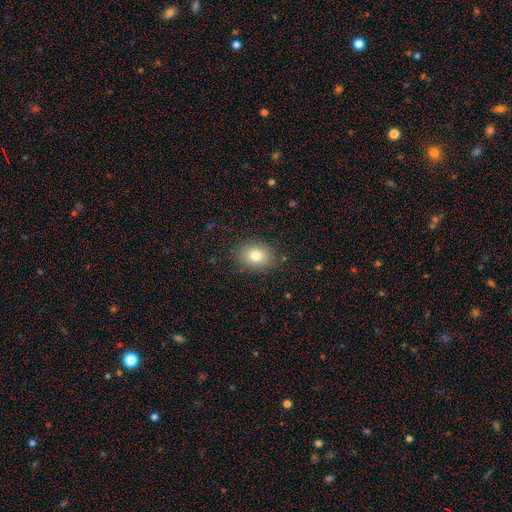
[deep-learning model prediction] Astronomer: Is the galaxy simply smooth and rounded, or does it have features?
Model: smooth — 79%.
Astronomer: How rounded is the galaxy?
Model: in between — 58% (runner-up: round, 41%).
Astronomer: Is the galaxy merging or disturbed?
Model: none — 85%.